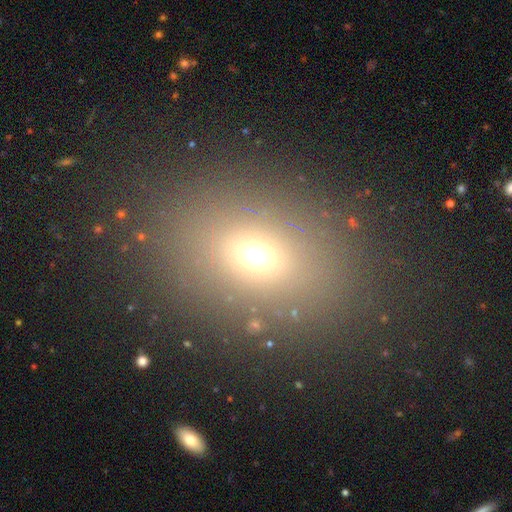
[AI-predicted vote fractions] Smooth or featured?
  - smooth: 65% *
  - star or artifact: 23%
  - featured or disk: 12%
How rounded?
  - in between: 59% *
  - round: 40%
  - cigar-shaped: 2%
Merging?
  - none: 83% *
  - minor disturbance: 9%
  - major disturbance: 5%
  - merger: 2%